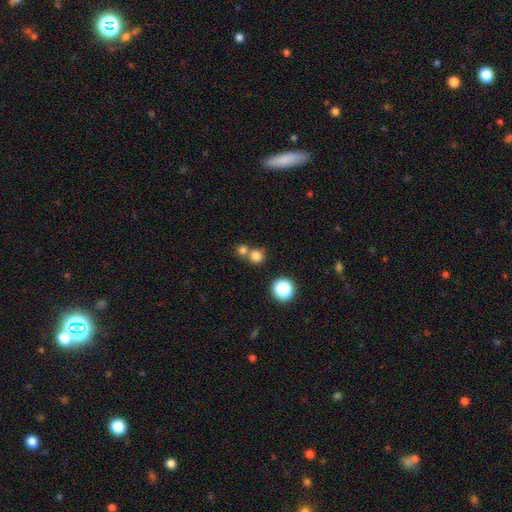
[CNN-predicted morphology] This is likely a smooth galaxy (78%). How rounded: clearly round (88%). Merging: possibly none (54%).